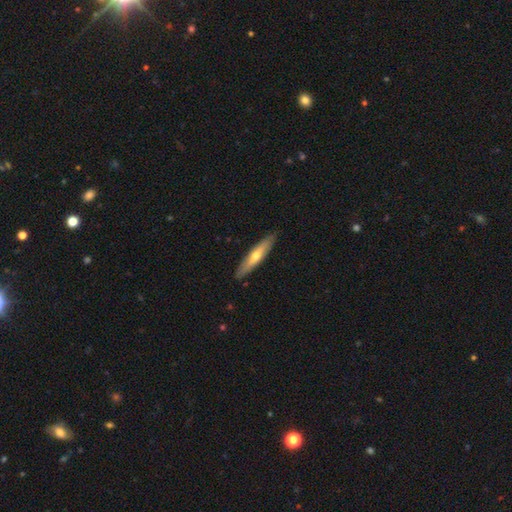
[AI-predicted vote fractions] The model was most divided on "smooth or featured": smooth: 49%, featured or disk: 46%, star or artifact: 5%. More confident: merging — none (88%).